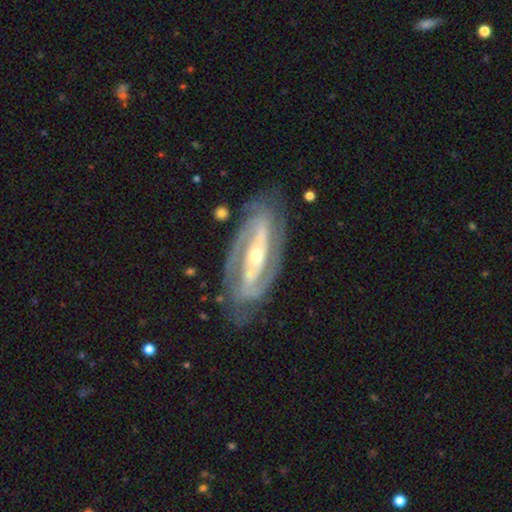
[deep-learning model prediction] Smooth or featured?
  - featured or disk: 89% *
  - smooth: 7%
  - star or artifact: 4%
Edge-on disk?
  - no: 93% *
  - yes: 7%
Bar?
  - strong: 48% *
  - no: 29%
  - weak: 23%
Spiral arms?
  - yes: 94% *
  - no: 6%
Spiral winding?
  - tight: 55% *
  - medium: 35%
  - loose: 10%
Spiral arm count?
  - 2: 80% *
  - can't tell: 8%
  - 3: 6%
  - 1: 2%
  - 4: 2%
  - more than 4: 2%
Bulge size?
  - moderate: 54% *
  - small: 40%
  - large: 4%
  - dominant: 1%
  - none: 1%
Merging?
  - none: 77% *
  - minor disturbance: 15%
  - major disturbance: 6%
  - merger: 2%